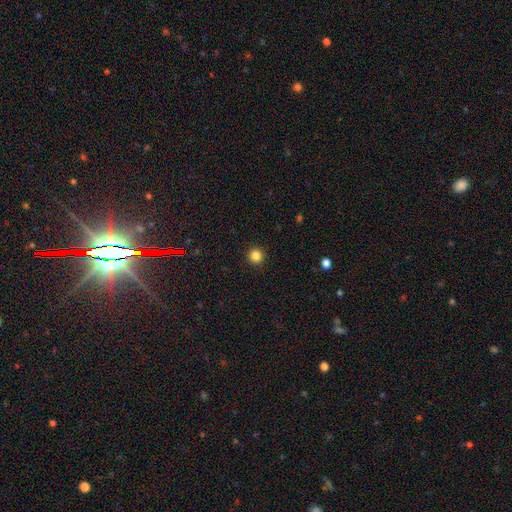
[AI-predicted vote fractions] A smooth galaxy with no disk features (84%) that is round (95%). Merging: none (93%).